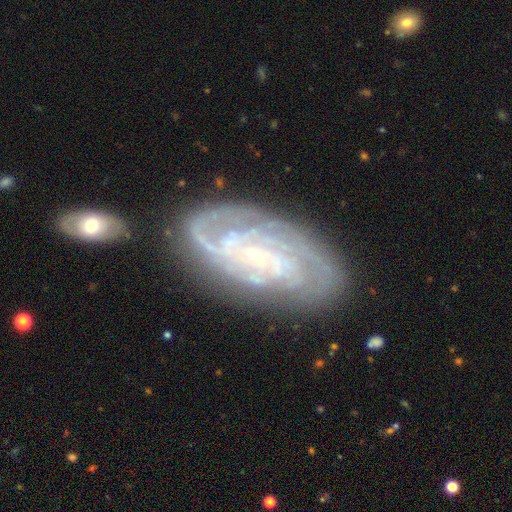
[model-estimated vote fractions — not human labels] This is clearly a featured or disk galaxy (87%). It is clearly not viewed edge-on (95%). Bar: possibly no (59%). Spiral arm pattern: clearly yes (97%). Spiral arm count: marginally can't tell (26%). Spiral winding: likely tight (72%). Central bulge: clearly small (82%). Merging: likely none (74%).